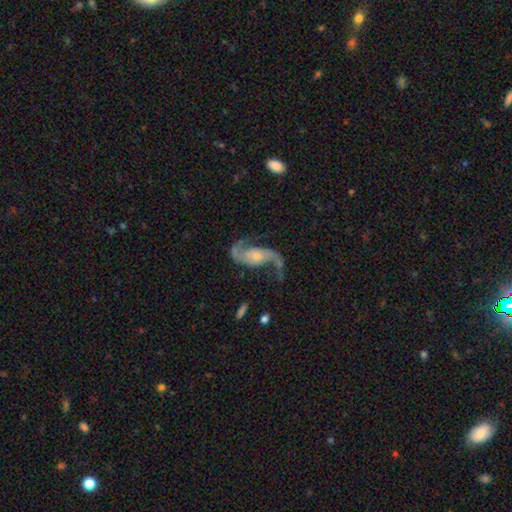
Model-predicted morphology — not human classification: Smooth or featured? featured or disk (89%)
Edge-on disk? no (97%)
Bar? no (61%)
Spiral arms? yes (96%)
Spiral winding? loose (73%)
Spiral arm count? 2 (93%)
Bulge size? small (61%)
Merging? none (64%)